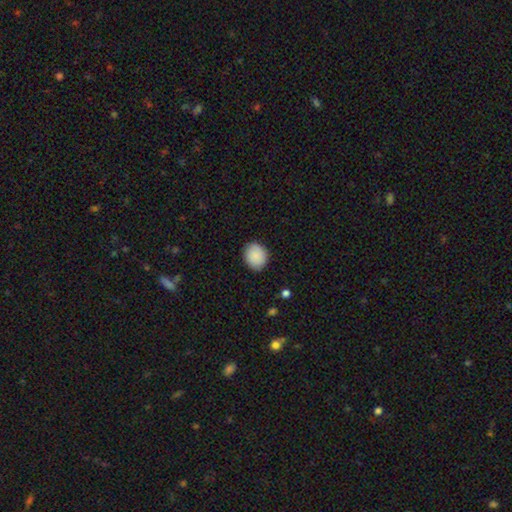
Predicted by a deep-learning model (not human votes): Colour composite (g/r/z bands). It shows a smooth galaxy with no disk features (88%) that is round (62%). Merging: none (86%).